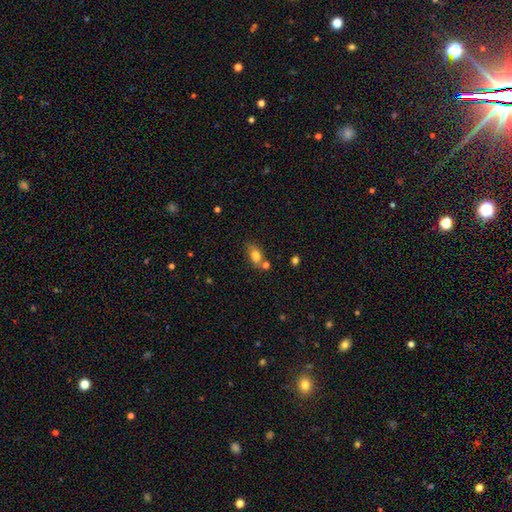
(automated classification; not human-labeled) smooth-or-featured: smooth: 78% | featured or disk: 12% | star or artifact: 10%
  how-rounded: in between: 82% | round: 13% | cigar-shaped: 5%
  merging: none: 59% | merger: 19% | minor disturbance: 17% | major disturbance: 5%